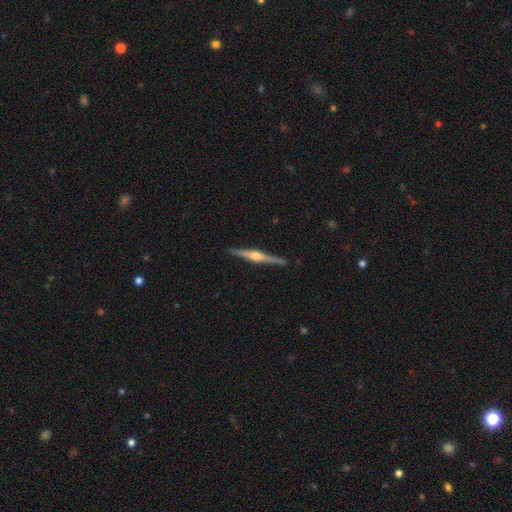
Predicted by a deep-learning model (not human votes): Smooth or featured: featured or disk — 80% (smooth — 15%)
Edge-on disk: yes — 98% (no — 2%)
Edge-on bulge: rounded — 91% (boxy — 6%)
Merging: none — 91% (minor disturbance — 6%)